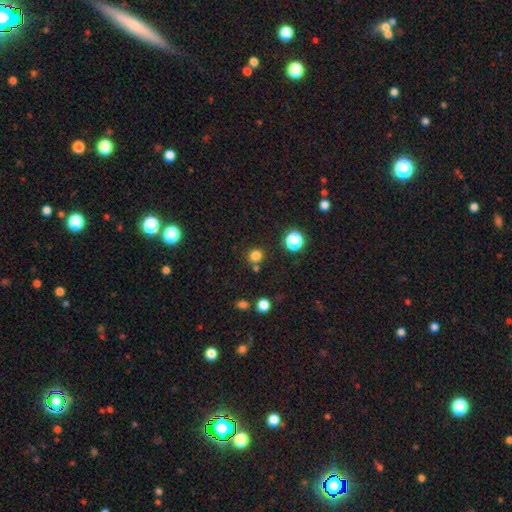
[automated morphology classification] A smooth galaxy with no disk features (78%) that is round (91%). Merging: none (77%).